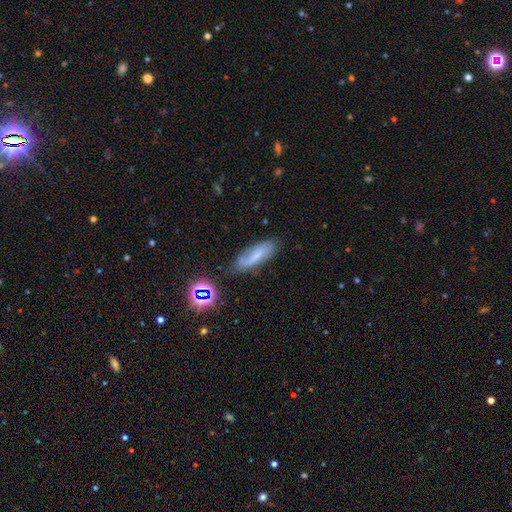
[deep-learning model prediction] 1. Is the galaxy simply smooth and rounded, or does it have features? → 45% smooth, 42% featured or disk, 13% star or artifact.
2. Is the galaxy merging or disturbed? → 65% none, 24% minor disturbance, 8% major disturbance, 4% merger.